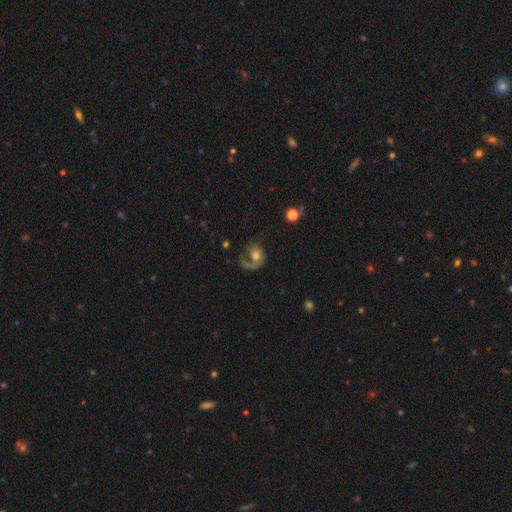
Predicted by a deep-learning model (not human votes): smooth 45% (tied), featured or disk 45% (tied), star or artifact 10%. Down the decision tree: merging — major disturbance (42%).